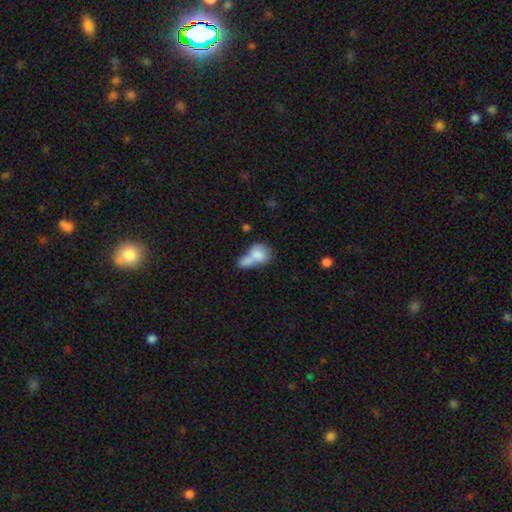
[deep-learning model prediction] Q: Smooth or featured?
A: smooth (80%); runner-up: featured or disk (14%)
Q: How rounded?
A: in between (60%); runner-up: round (37%)
Q: Merging?
A: merger (70%); runner-up: none (18%)